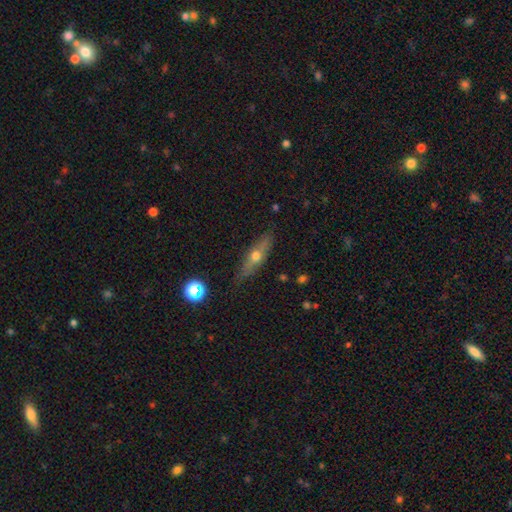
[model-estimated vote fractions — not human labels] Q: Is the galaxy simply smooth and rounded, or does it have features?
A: featured or disk — 55%.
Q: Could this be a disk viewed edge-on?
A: yes — 83%.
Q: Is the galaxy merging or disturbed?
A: none — 84%.